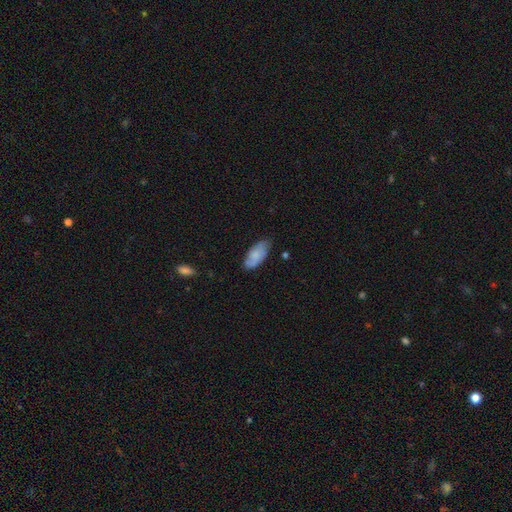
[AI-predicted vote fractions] Smooth or featured? Predicted: smooth (p=0.60). How rounded? Predicted: in between (p=0.89). Merging? Predicted: none (p=0.69).